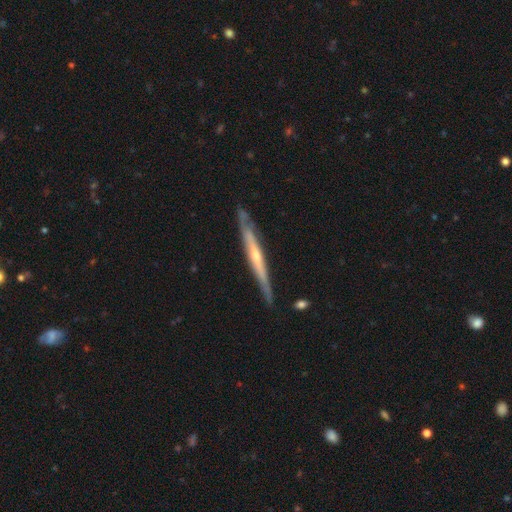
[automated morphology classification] featured or disk 74%, smooth 20%, star or artifact 6%. Down the decision tree: edge-on disk — yes (96%); edge-on bulge — rounded (65%); merging — none (86%).